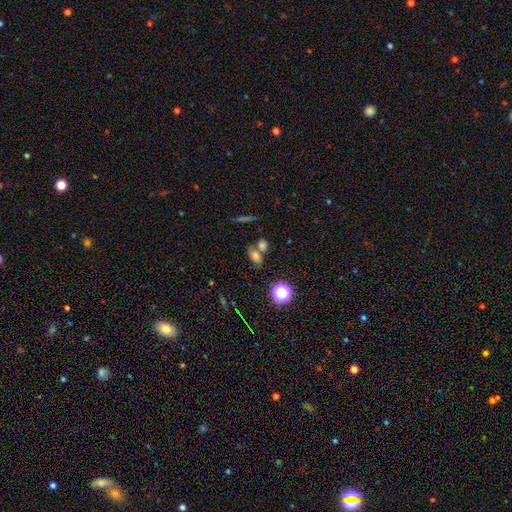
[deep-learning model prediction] Smooth or featured? Predicted: smooth (p=0.69). How rounded? Predicted: in between (p=0.72). Merging? Predicted: none (p=0.44).